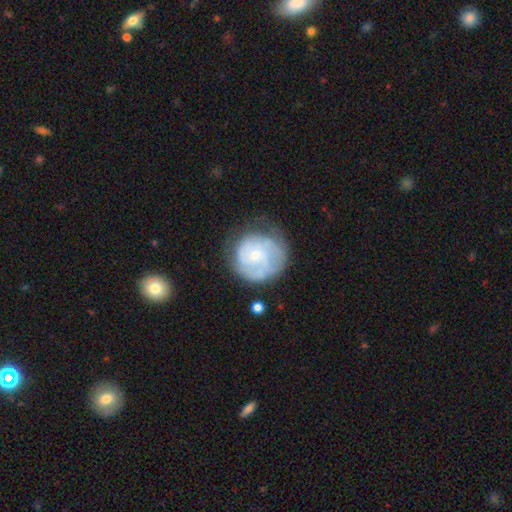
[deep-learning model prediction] The model was most divided on "spiral arm count": can't tell: 37%, 2: 25%, 3: 22%, 1: 6%, 4: 6%, more than 4: 4%. More confident: edge-on disk — no (98%); spiral arms — yes (84%); bulge size — small (69%); bar — no (69%); smooth or featured — featured or disk (68%); merging — none (61%); spiral winding — tight (54%).